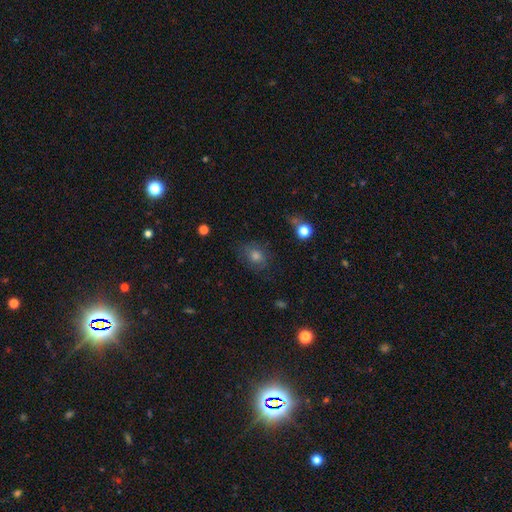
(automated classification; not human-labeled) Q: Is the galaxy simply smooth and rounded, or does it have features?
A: smooth — 52%.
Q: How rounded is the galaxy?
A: in between — 49%, tied with round.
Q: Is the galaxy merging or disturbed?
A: none — 71%.